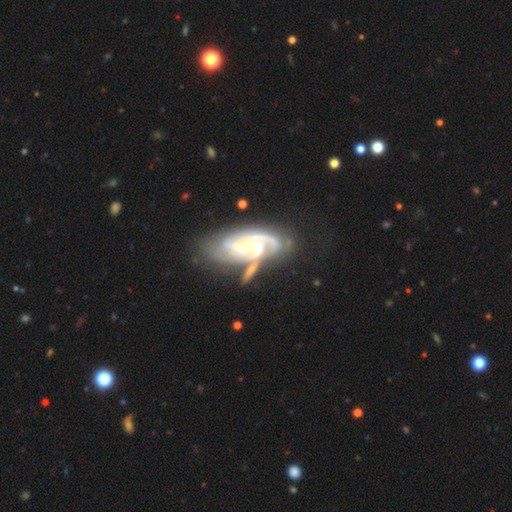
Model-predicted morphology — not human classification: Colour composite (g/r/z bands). It shows a featured or disk galaxy (84%) with no bar (41%), 2 (38%) tight (53%) spiral arms (95%) and a small central bulge (55%). Merging: none (50%).